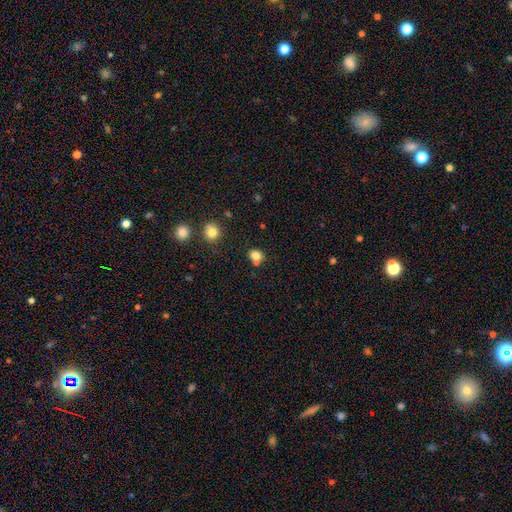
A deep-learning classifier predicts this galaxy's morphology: A smooth galaxy with no disk features (79%) that is round (61%). Merging: none (55%).